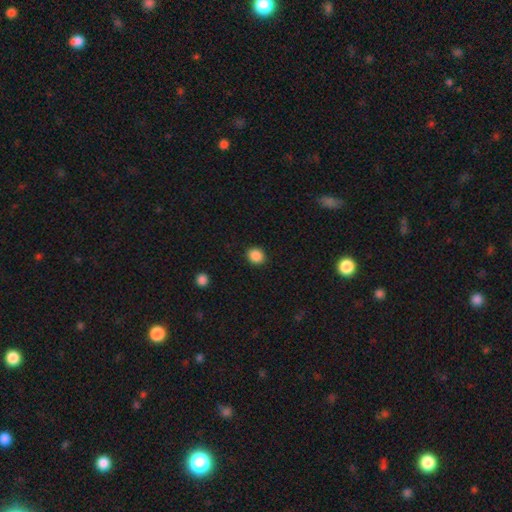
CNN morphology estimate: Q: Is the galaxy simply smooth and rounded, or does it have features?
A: smooth — 88%.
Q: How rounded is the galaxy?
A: round — 74%.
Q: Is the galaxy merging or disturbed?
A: none — 91%.